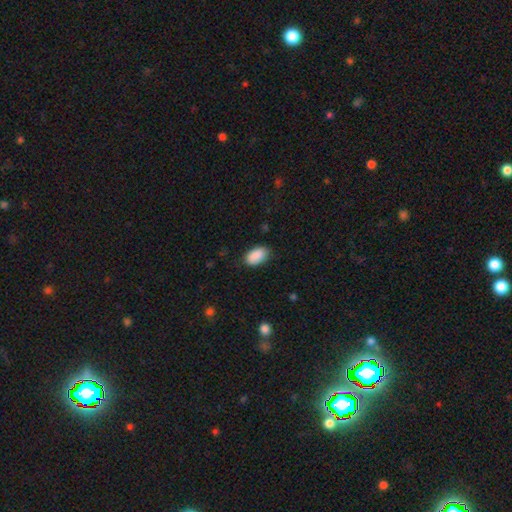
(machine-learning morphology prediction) Smooth or featured? Predicted: smooth (p=0.89). How rounded? Predicted: in between (p=0.94). Merging? Predicted: none (p=0.84).